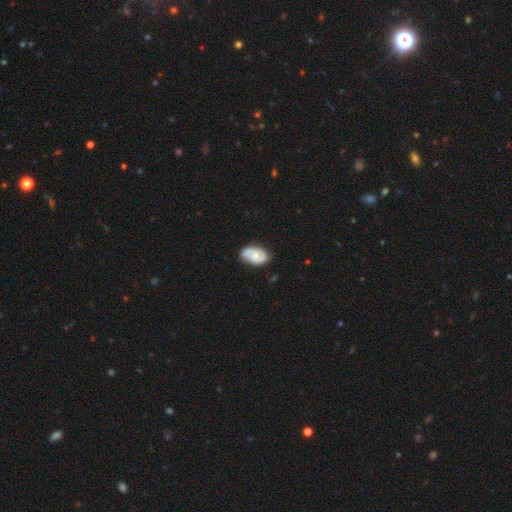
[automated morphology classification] The model was most divided on "bulge size" (2-way tie): small: 45%, moderate: 45%, none: 5%, large: 3%, dominant: 1%. Remaining: edge-on disk — no (96%); spiral arms — yes (88%); spiral arm count — 2 (79%); merging — none (76%); smooth or featured — featured or disk (62%); bar — no (60%); spiral winding — medium (43%).